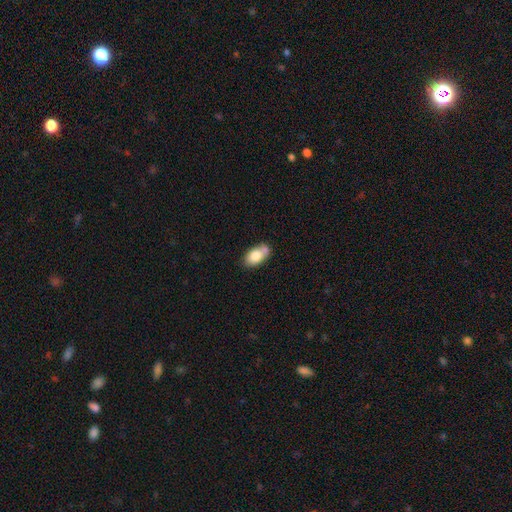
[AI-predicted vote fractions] smooth 79%, featured or disk 14%, star or artifact 7%. Down the decision tree: how rounded — in between (90%); merging — none (52%).